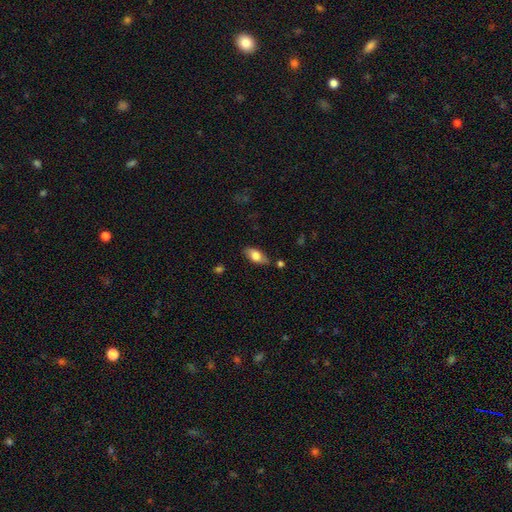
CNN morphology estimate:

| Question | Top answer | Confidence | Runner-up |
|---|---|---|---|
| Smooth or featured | smooth | 70% | featured or disk (23%) |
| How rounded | in between | 86% | cigar-shaped (11%) |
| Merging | none | 76% | minor disturbance (17%) |